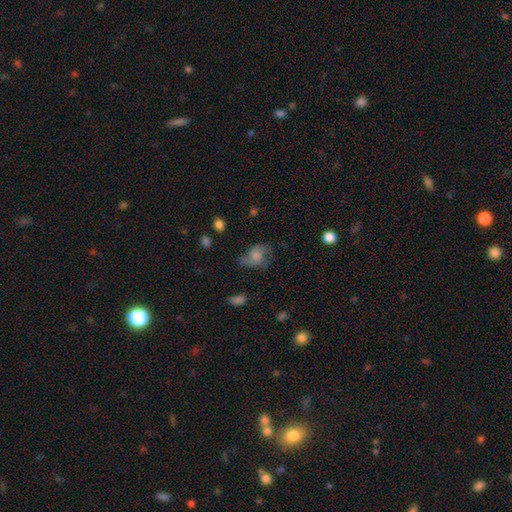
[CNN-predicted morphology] Smooth or featured?
  - smooth: 45% *
  - featured or disk: 44%
  - star or artifact: 11%
Merging?
  - none: 44% *
  - minor disturbance: 26%
  - major disturbance: 26%
  - merger: 3%